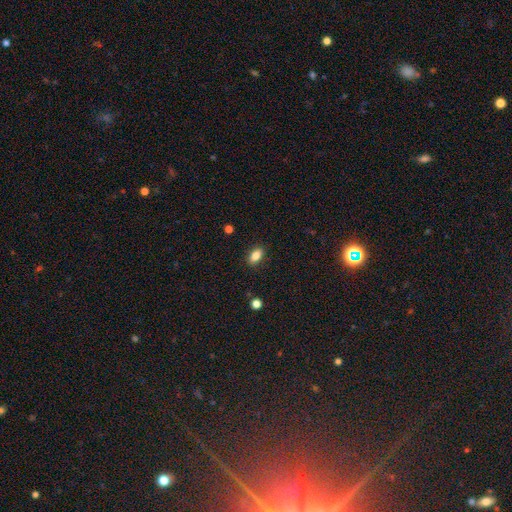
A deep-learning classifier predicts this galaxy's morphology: smooth 85%, star or artifact 9%, featured or disk 7%. Down the decision tree: how rounded — in between (88%); merging — none (88%).